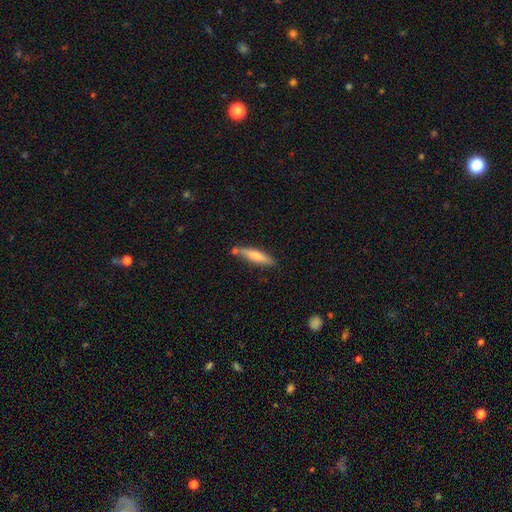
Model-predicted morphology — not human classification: type=smooth (66%); roundness=cigar-shaped (81%); merging=none (69%).